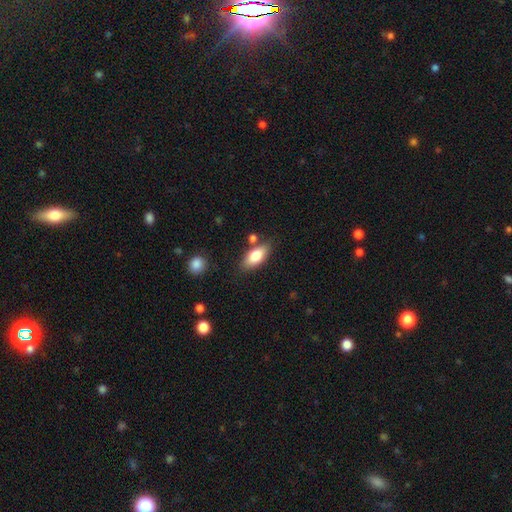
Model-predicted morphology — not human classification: Smooth or featured? smooth (78%)
How rounded? in between (85%)
Merging? none (76%)